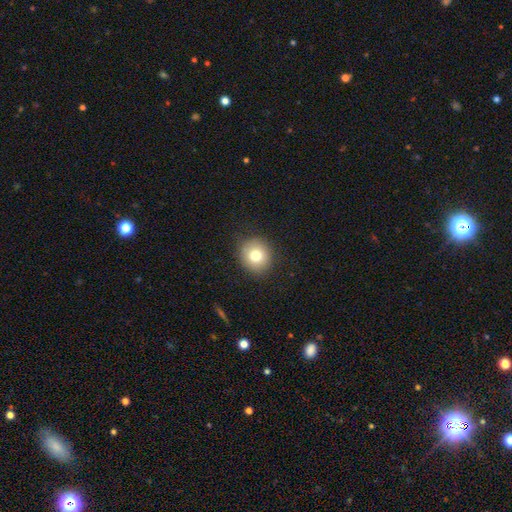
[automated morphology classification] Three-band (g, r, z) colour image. It shows a smooth galaxy with no disk features (77%) that is round (87%). Merging: none (87%).